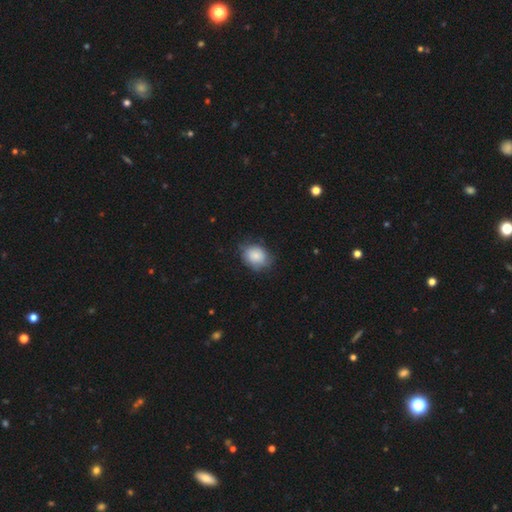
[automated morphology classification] smooth_or_featured: smooth (p=0.75) [alt: featured or disk p=0.17]
how_rounded: round (p=0.54) [alt: in between p=0.45]
merging: none (p=0.65) [alt: minor disturbance p=0.26]